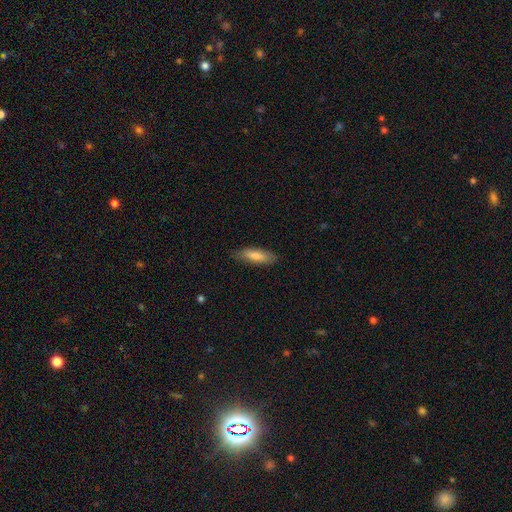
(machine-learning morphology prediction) smooth-or-featured: smooth: 81% | featured or disk: 14% | star or artifact: 6%
  how-rounded: cigar-shaped: 50% | in between: 48% | round: 2%
  merging: none: 82% | minor disturbance: 14% | major disturbance: 3% | merger: 1%